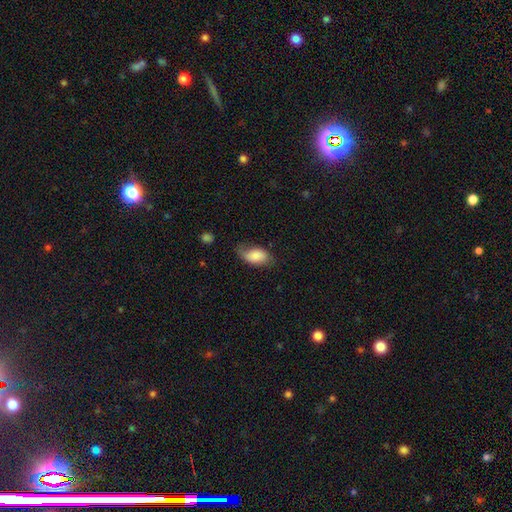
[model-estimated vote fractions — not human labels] smooth-or-featured: smooth: 79% | featured or disk: 14% | star or artifact: 7%
  how-rounded: in between: 93% | round: 5% | cigar-shaped: 2%
  merging: none: 50% | minor disturbance: 34% | major disturbance: 13% | merger: 2%